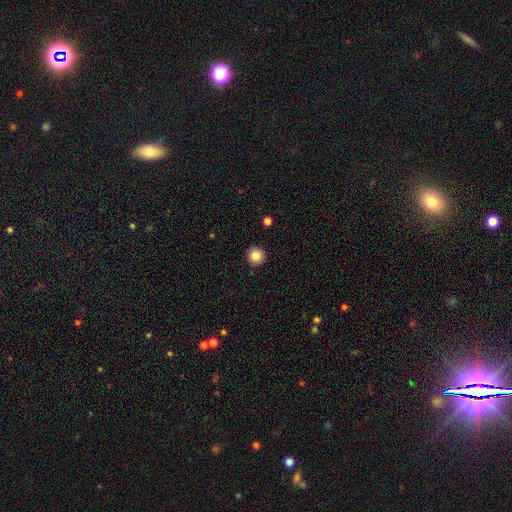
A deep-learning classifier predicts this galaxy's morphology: The model was most divided on "smooth or featured": smooth: 84%, star or artifact: 10%, featured or disk: 6%. More confident: how rounded — round (96%); merging — none (93%).